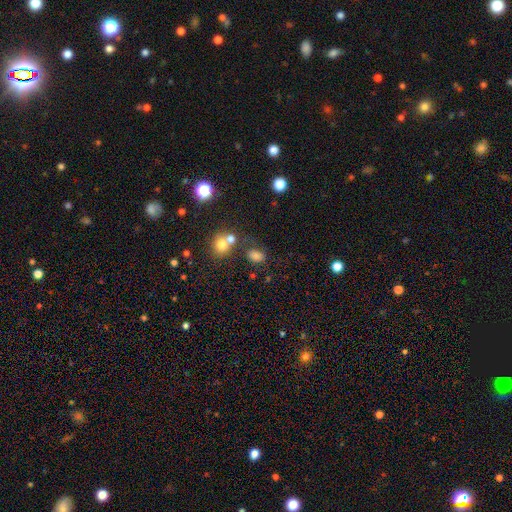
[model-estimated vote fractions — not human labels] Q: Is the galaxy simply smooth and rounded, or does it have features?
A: smooth — 77%.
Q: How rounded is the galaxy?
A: in between — 74%.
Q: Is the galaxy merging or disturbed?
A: none — 58%.